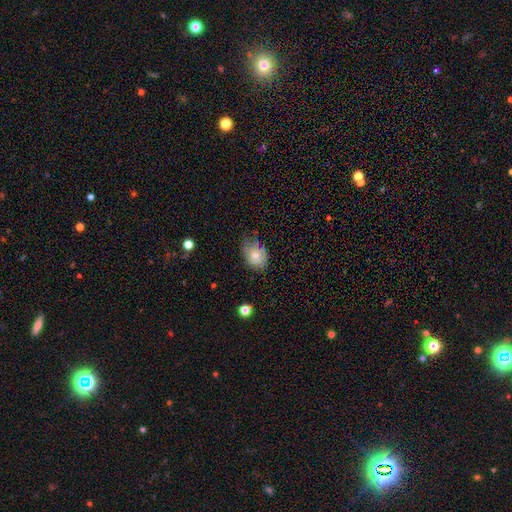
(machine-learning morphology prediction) Overall: smooth (65%; featured or disk 26%). How rounded: in between (71%). Merging: none (50%; minor disturbance 35%).